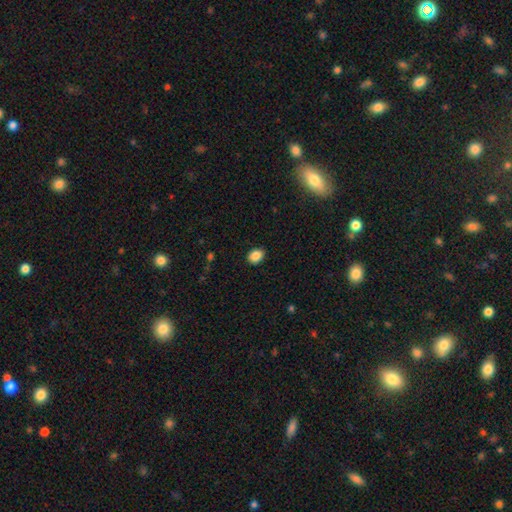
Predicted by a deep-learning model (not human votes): smooth-or-featured: smooth: 87% | star or artifact: 9% | featured or disk: 4%
  how-rounded: in between: 61% | round: 38% | cigar-shaped: 1%
  merging: none: 89% | minor disturbance: 8% | major disturbance: 2% | merger: 1%